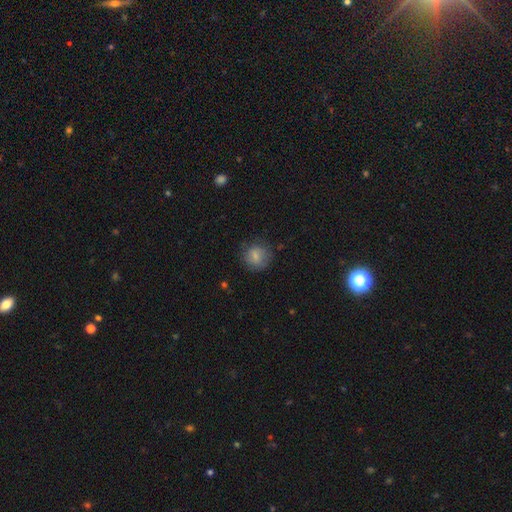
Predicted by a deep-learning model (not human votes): This appears to be a smooth galaxy with no disk features (80%) that is round (84%). Merging: none (75%).